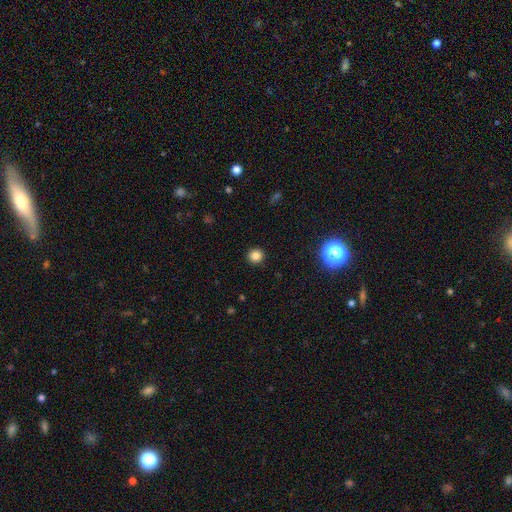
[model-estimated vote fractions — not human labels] Smooth or featured: smooth — 83% (star or artifact — 13%)
How rounded: round — 92% (in between — 7%)
Merging: none — 92% (minor disturbance — 5%)